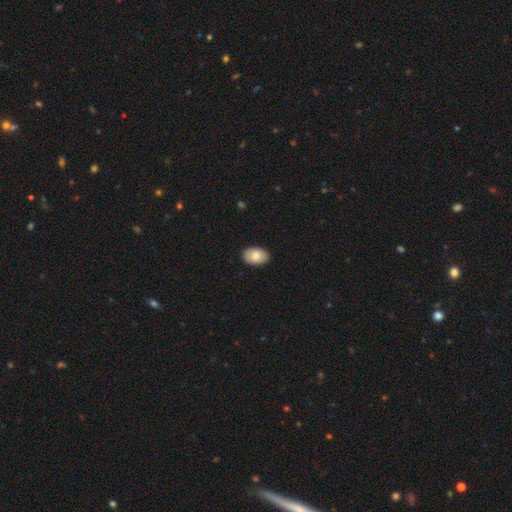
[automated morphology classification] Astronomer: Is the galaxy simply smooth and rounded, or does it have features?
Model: smooth — 80%.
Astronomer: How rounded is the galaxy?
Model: in between — 87%.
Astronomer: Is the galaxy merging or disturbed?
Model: none — 90%.